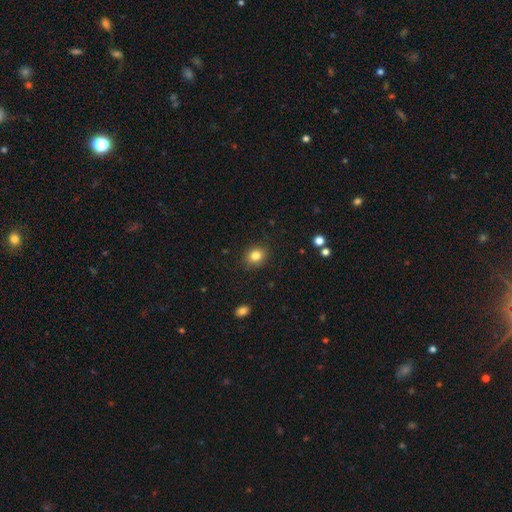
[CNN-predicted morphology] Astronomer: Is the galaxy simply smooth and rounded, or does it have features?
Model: smooth — 83%.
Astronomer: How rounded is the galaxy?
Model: round — 66%.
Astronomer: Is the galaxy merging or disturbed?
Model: none — 89%.